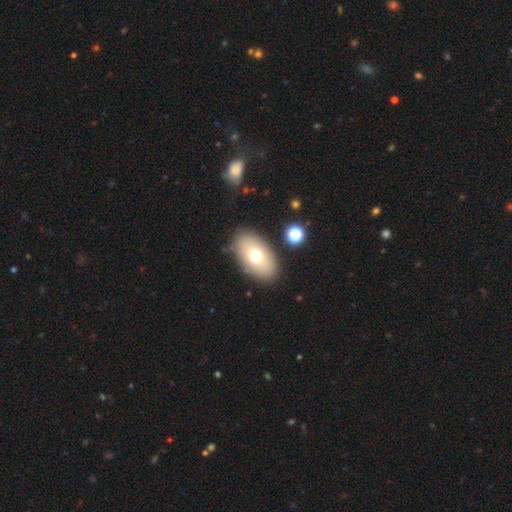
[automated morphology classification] Smooth or featured? smooth (69%)
How rounded? in between (92%)
Merging? none (85%)